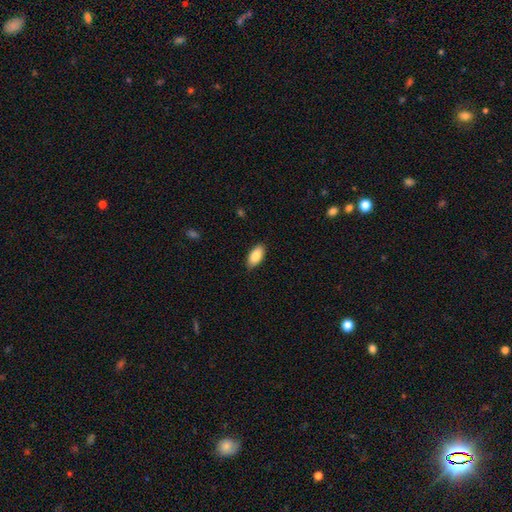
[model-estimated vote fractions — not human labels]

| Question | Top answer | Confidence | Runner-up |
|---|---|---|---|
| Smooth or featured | smooth | 84% | featured or disk (10%) |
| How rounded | in between | 91% | cigar-shaped (6%) |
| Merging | none | 87% | minor disturbance (11%) |